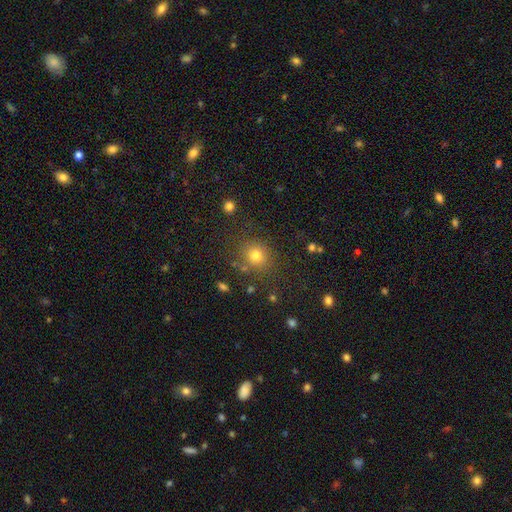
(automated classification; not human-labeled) smooth_or_featured: smooth (p=0.76) [alt: star or artifact p=0.16]
how_rounded: round (p=0.80) [alt: in between p=0.19]
merging: none (p=0.80) [alt: minor disturbance p=0.11]